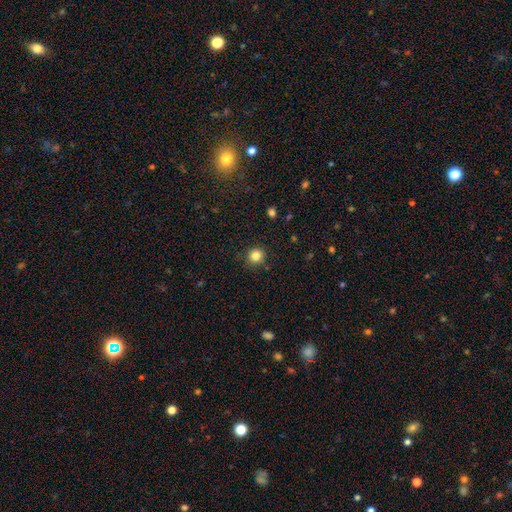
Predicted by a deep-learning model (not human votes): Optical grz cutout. It shows a smooth galaxy with no disk features (83%) that is round (89%). Merging: none (89%).